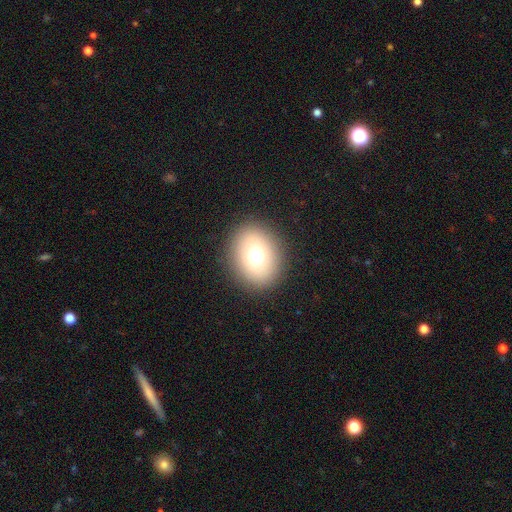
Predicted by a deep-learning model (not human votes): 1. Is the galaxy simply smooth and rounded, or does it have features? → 70% smooth, 15% star or artifact, 15% featured or disk.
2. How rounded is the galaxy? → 61% round, 38% in between, 1% cigar-shaped.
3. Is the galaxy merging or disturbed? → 88% none, 7% minor disturbance, 4% major disturbance, 1% merger.